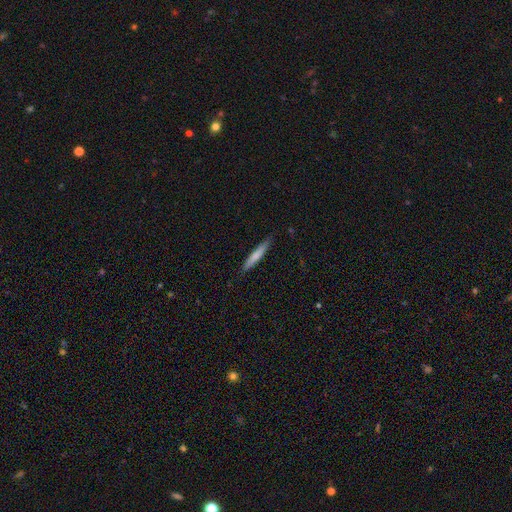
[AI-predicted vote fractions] smooth-or-featured: smooth: 75% | featured or disk: 20% | star or artifact: 5%
  how-rounded: cigar-shaped: 94% | in between: 5% | round: 1%
  merging: none: 88% | minor disturbance: 9% | major disturbance: 2% | merger: 1%